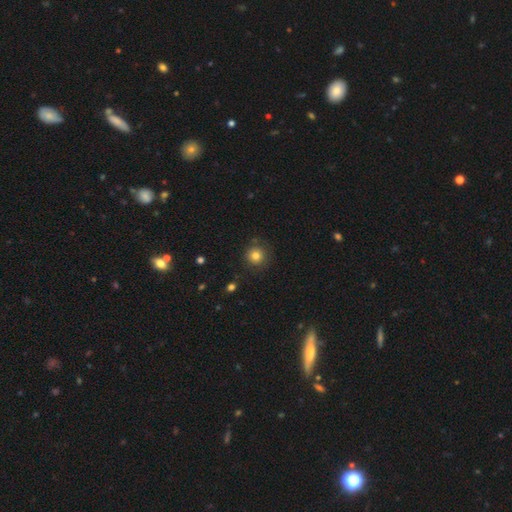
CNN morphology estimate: smooth_or_featured: smooth (p=0.80) [alt: star or artifact p=0.13]
how_rounded: round (p=0.94) [alt: in between p=0.05]
merging: none (p=0.85) [alt: minor disturbance p=0.10]